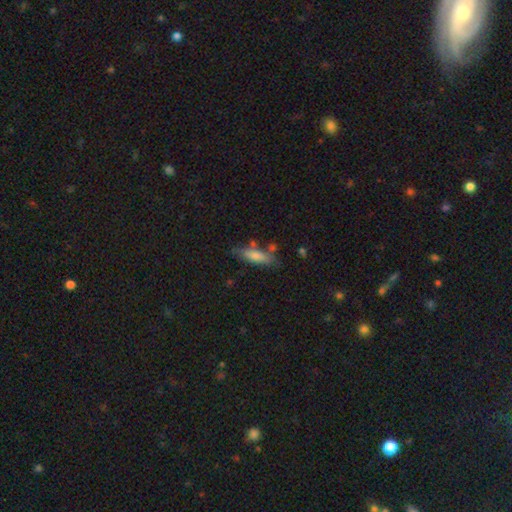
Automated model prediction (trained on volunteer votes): Smooth or featured? smooth (72%)
How rounded? cigar-shaped (58%)
Merging? none (66%)